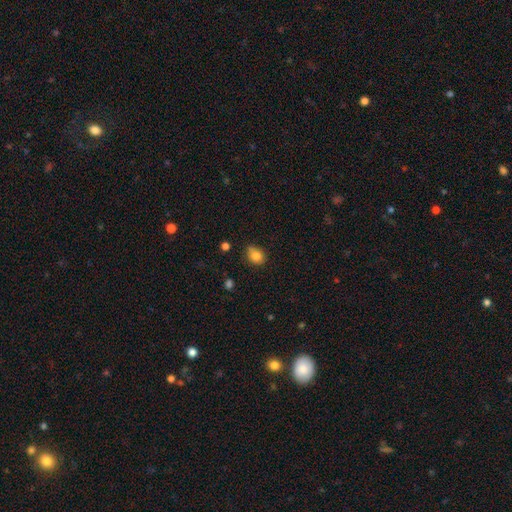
Smooth or featured: smooth — 85% (star or artifact — 10%)
How rounded: in between — 56% (round — 44%)
Merging: none — 67% (minor disturbance — 28%)